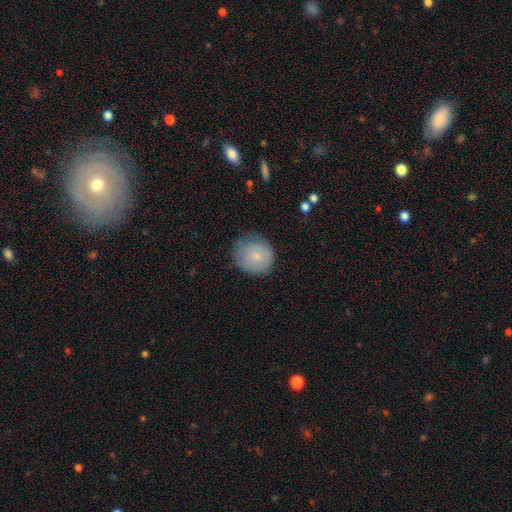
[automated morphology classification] A smooth galaxy with no disk features (71%) that is round (86%). Merging: none (65%).